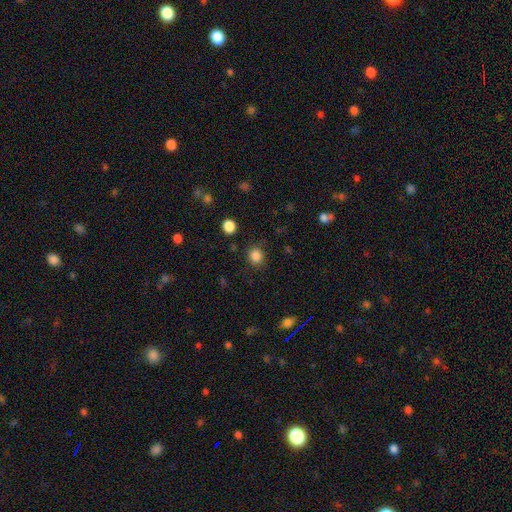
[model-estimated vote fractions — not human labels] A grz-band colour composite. It shows a smooth galaxy with no disk features (85%) that is round (80%). Merging: none (85%).